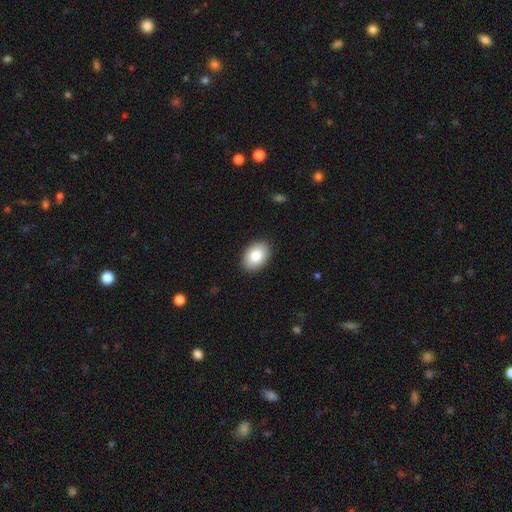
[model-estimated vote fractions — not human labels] This appears to be a smooth galaxy with no disk features (84%) that is in between round and cigar-shaped (86%). Merging: none (90%).